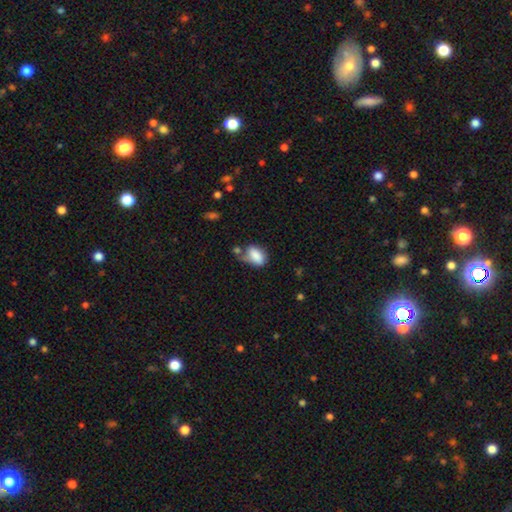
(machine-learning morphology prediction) Q: Smooth or featured?
A: smooth (82%); runner-up: featured or disk (9%)
Q: How rounded?
A: in between (88%); runner-up: round (10%)
Q: Merging?
A: none (41%); runner-up: minor disturbance (28%)